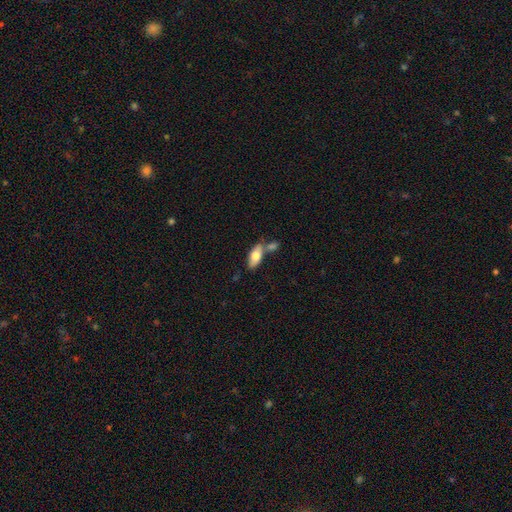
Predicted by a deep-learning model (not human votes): smooth-or-featured: smooth: 71% | featured or disk: 23% | star or artifact: 6%
  how-rounded: in between: 84% | cigar-shaped: 13% | round: 3%
  merging: none: 52% | merger: 29% | minor disturbance: 15% | major disturbance: 4%